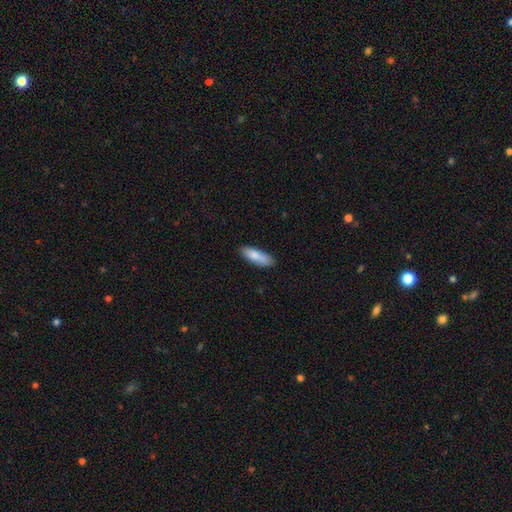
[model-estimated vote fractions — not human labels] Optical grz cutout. It shows a smooth galaxy with no disk features (83%) that is in between round and cigar-shaped (55%). Merging: none (83%).